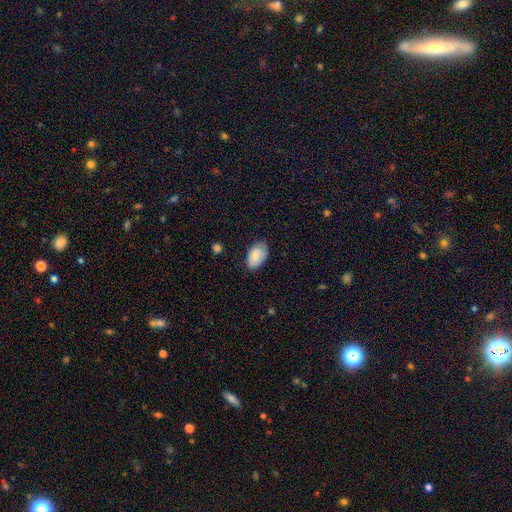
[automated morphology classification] Smooth or featured: smooth — 79% (featured or disk — 15%)
How rounded: in between — 92% (round — 6%)
Merging: none — 74% (minor disturbance — 21%)